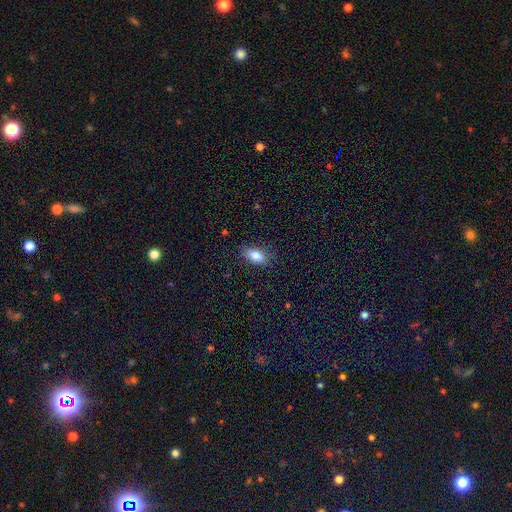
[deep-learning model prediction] The model was most divided on "merging": none: 77%, minor disturbance: 17%, major disturbance: 4%, merger: 1%. More confident: how rounded — in between (88%); smooth or featured — smooth (84%).